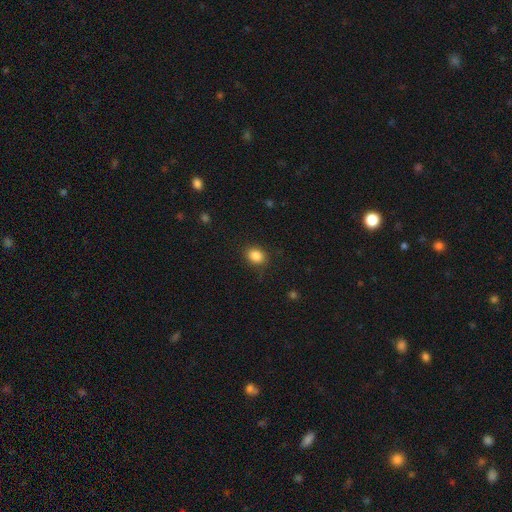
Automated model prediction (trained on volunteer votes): smooth 86%, star or artifact 10%, featured or disk 4%. Down the decision tree: how rounded — round (52%); merging — none (85%).